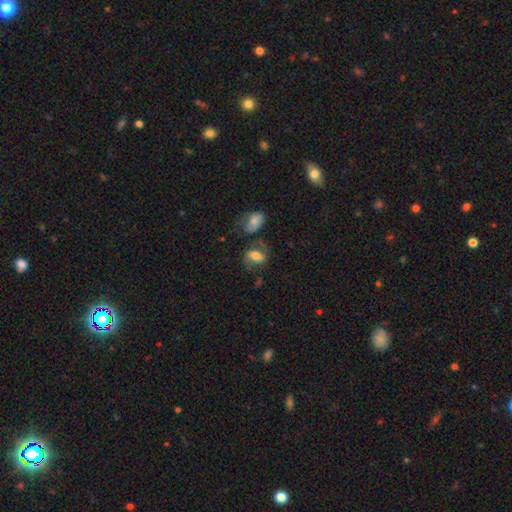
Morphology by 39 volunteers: featured or disk 49%, smooth 46%, star or artifact 5%. Down the decision tree: edge-on disk — no (79%); bar — weak (40%); spiral arms — yes (67%); spiral arm count — 2 (100%); spiral winding — medium (50%); bulge size — moderate (40%); merging — none (51%).